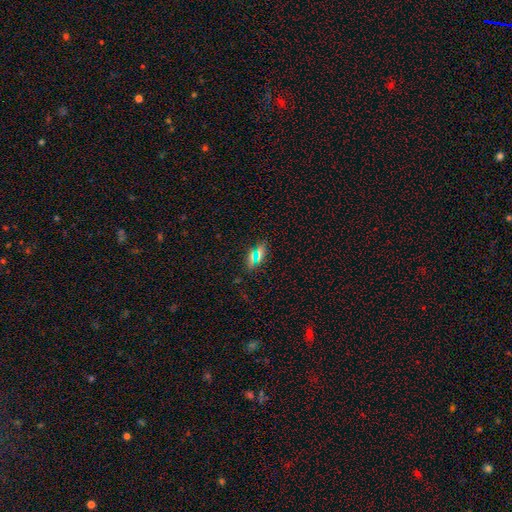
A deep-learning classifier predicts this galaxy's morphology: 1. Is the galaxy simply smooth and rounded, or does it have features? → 66% smooth, 24% star or artifact, 11% featured or disk.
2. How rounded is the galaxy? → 76% in between, 15% cigar-shaped, 9% round.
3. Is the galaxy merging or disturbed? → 82% none, 11% minor disturbance, 4% major disturbance, 3% merger.